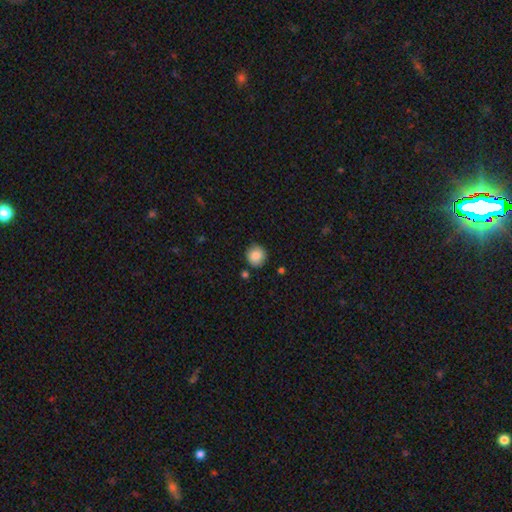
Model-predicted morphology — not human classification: Q: Smooth or featured?
A: smooth (87%); runner-up: star or artifact (9%)
Q: How rounded?
A: round (92%); runner-up: in between (7%)
Q: Merging?
A: none (85%); runner-up: minor disturbance (9%)